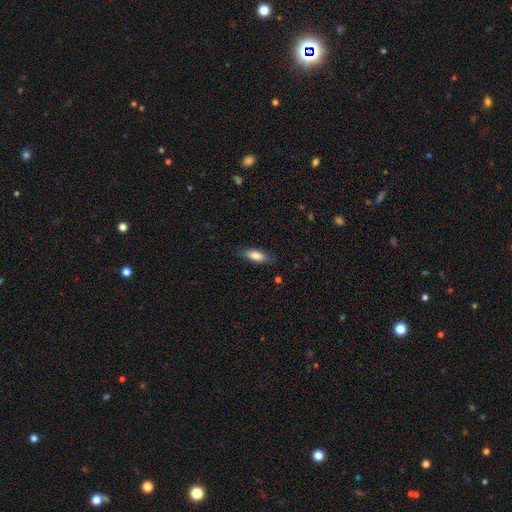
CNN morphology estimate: type=smooth (79%); roundness=in between (67%); merging=none (81%).